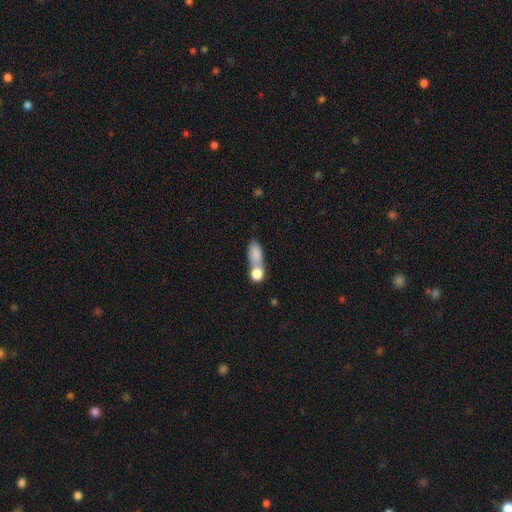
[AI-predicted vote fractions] Morphology: type=smooth (79%); roundness=in between (69%); merging=merger (57%).